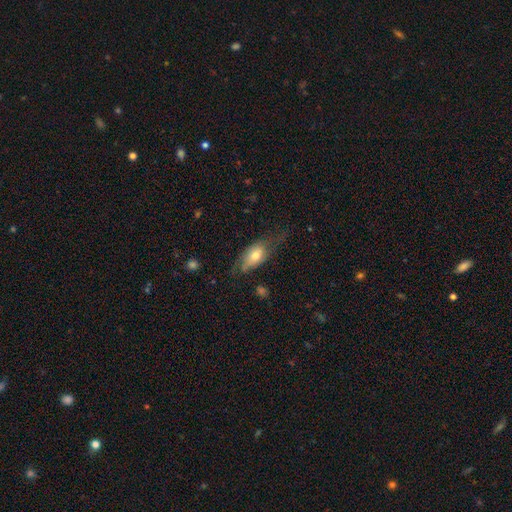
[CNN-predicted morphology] Overall: smooth (62%; featured or disk 31%). How rounded: in between (85%). Merging: none (41%; minor disturbance 31%).